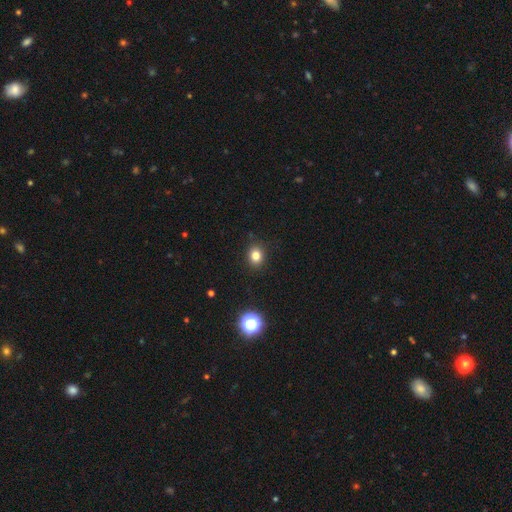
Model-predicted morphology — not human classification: smooth-or-featured: smooth: 81% | star or artifact: 14% | featured or disk: 6%
  how-rounded: round: 66% | in between: 33% | cigar-shaped: 1%
  merging: none: 90% | minor disturbance: 7% | major disturbance: 2% | merger: 1%